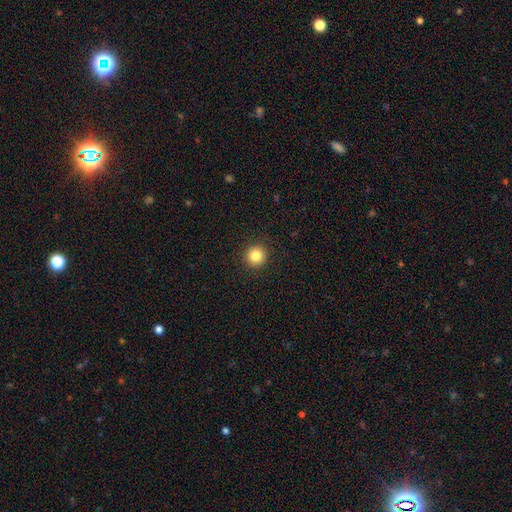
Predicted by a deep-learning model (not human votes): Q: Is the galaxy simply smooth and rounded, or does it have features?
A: smooth — 84%.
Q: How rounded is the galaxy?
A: round — 94%.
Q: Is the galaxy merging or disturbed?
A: none — 93%.